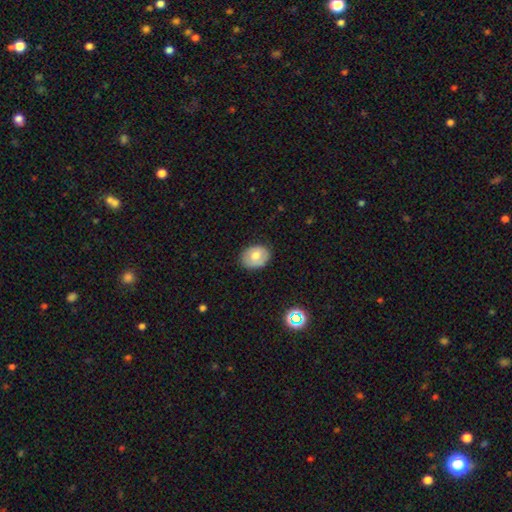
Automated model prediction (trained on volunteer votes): smooth 69%, featured or disk 23%, star or artifact 8%. Down the decision tree: how rounded — in between (63%); merging — none (83%).